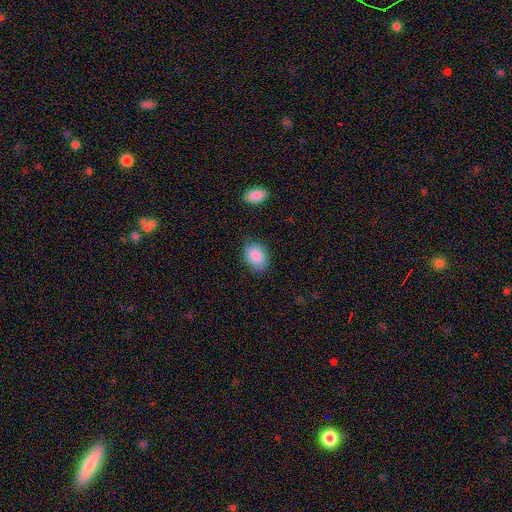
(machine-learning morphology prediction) Smooth or featured? smooth (89%)
How rounded? in between (82%)
Merging? none (81%)